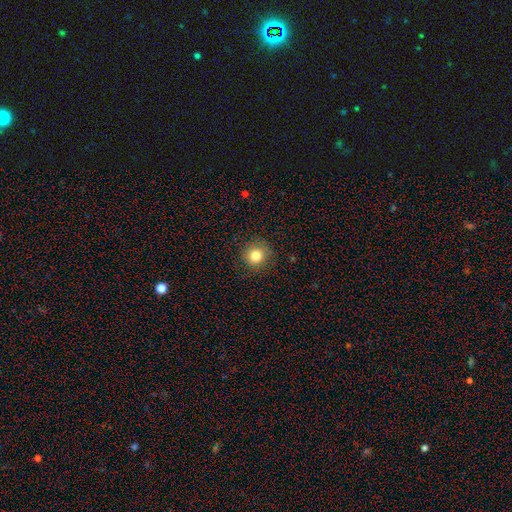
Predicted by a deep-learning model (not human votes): smooth 82%, star or artifact 11%, featured or disk 6%. Down the decision tree: how rounded — round (92%); merging — none (88%).